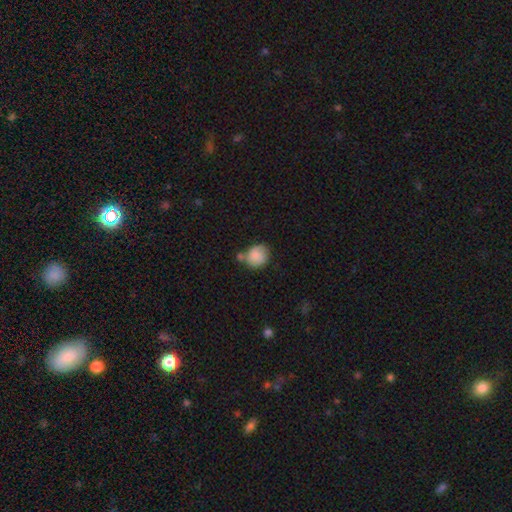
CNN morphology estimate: smooth 78%, featured or disk 14%, star or artifact 8%. Down the decision tree: how rounded — round (71%); merging — none (45%).